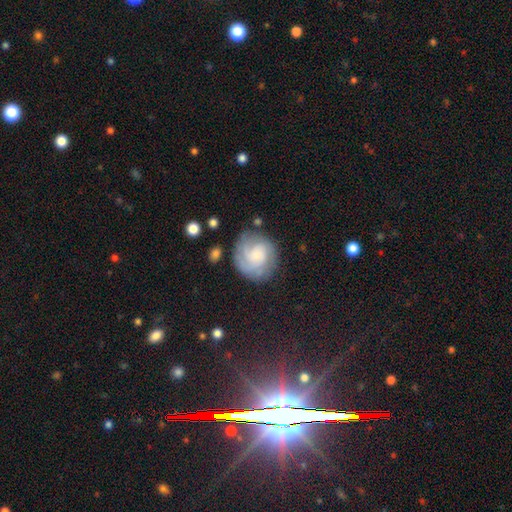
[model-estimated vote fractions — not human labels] Smooth or featured: featured or disk — 58% (smooth — 34%)
Edge-on disk: no — 98% (yes — 2%)
Bar: no — 74% (weak — 23%)
Spiral arms: yes — 89% (no — 11%)
Spiral winding: tight — 55% (medium — 33%)
Spiral arm count: can't tell — 33% (3 — 25%)
Bulge size: small — 37% (moderate — 27%)
Merging: none — 71% (minor disturbance — 18%)